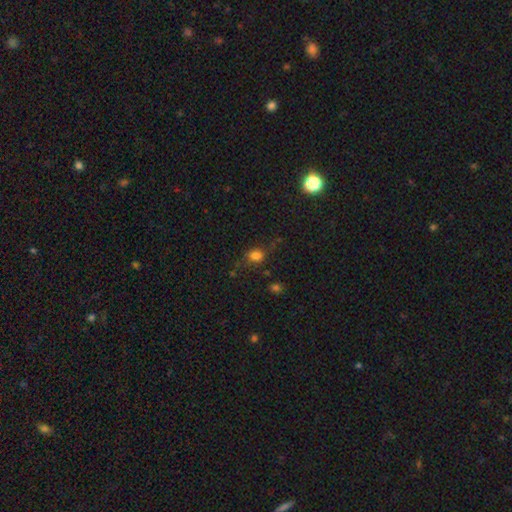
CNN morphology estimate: smooth_or_featured: smooth (p=0.75) [alt: star or artifact p=0.17]
how_rounded: in between (p=0.51) [alt: round p=0.47]
merging: none (p=0.60) [alt: minor disturbance p=0.23]